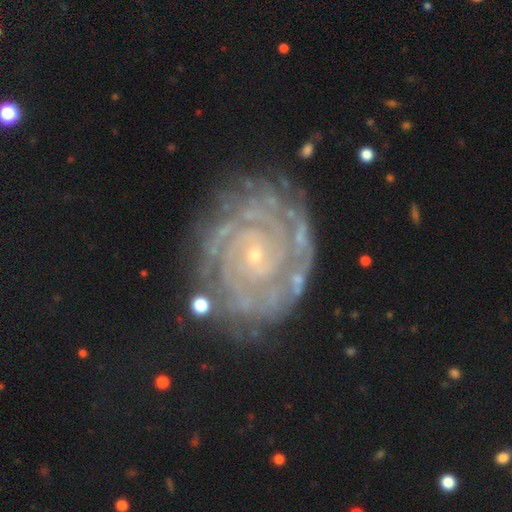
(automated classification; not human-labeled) This appears to be a featured or disk galaxy (90%) with no bar (72%), 2 (31%) tight (85%) spiral arms (98%) and a small central bulge (86%). Merging: none (77%).